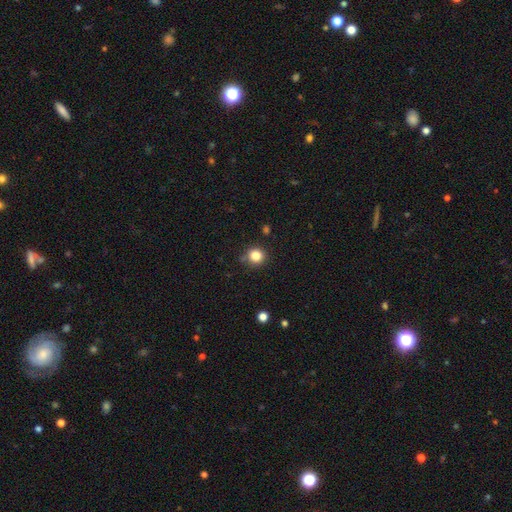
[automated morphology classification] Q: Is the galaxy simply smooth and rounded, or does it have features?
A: smooth — 83%.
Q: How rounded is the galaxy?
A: round — 92%.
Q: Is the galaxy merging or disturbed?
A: none — 86%.